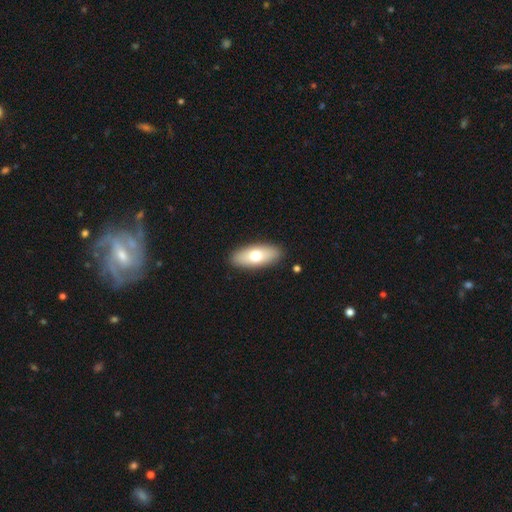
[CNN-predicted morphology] type=smooth (68%); roundness=in between (81%); merging=none (90%).